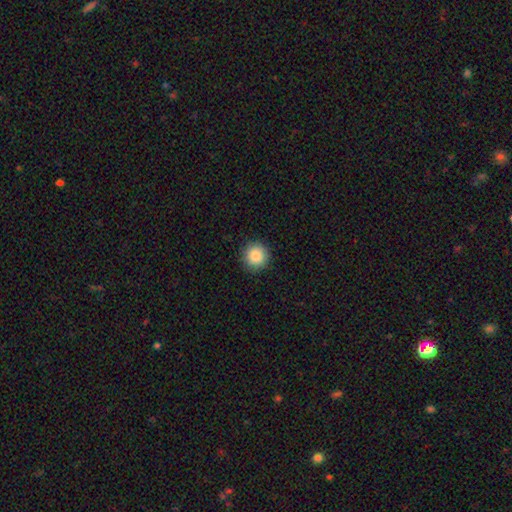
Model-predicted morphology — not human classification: Smooth or featured? Predicted: smooth (p=0.88). How rounded? Predicted: round (p=0.94). Merging? Predicted: none (p=0.91).